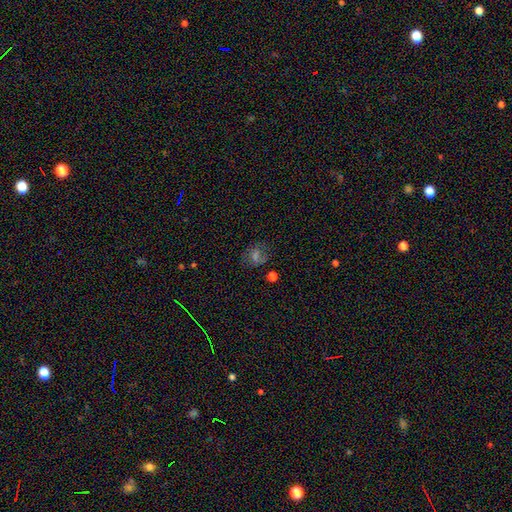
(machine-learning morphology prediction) This is marginally a smooth galaxy (40%). Merging: likely none (70%).